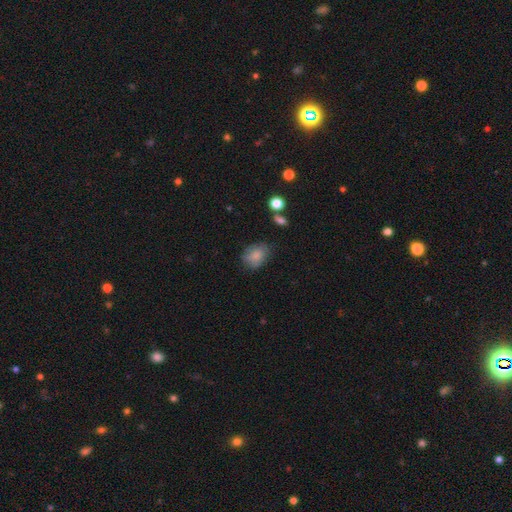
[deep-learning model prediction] Smooth or featured? smooth (80%)
How rounded? in between (67%)
Merging? none (64%)